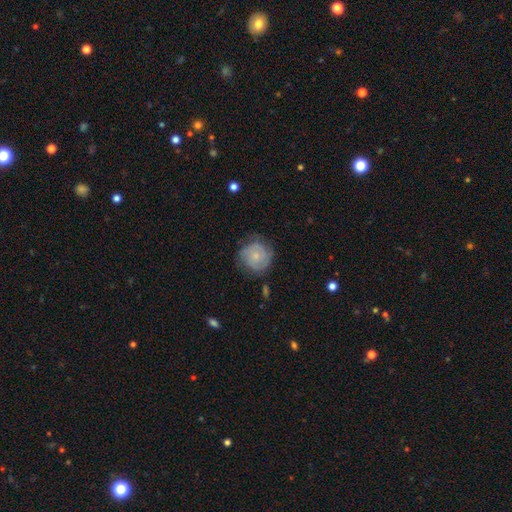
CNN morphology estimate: This is possibly a featured or disk galaxy (52%). It is clearly not viewed edge-on (98%). Bar: likely no (79%). Spiral arm pattern: clearly yes (84%). Central bulge: likely small (61%). Merging: likely none (66%).